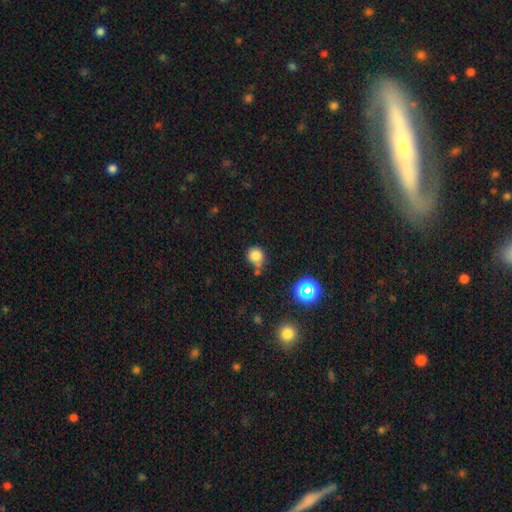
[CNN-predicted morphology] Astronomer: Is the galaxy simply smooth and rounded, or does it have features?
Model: smooth — 79%.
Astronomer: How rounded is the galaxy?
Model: round — 84%.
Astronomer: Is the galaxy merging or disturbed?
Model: none — 59%.